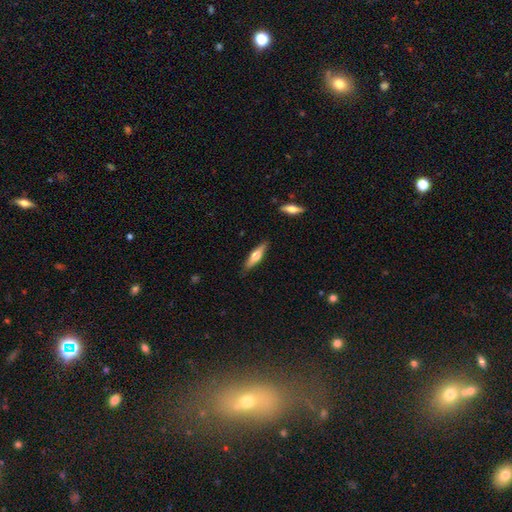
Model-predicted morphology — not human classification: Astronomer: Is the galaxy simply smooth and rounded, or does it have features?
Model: featured or disk — 50% (runner-up: smooth, 45%).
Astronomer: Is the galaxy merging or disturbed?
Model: none — 88%.